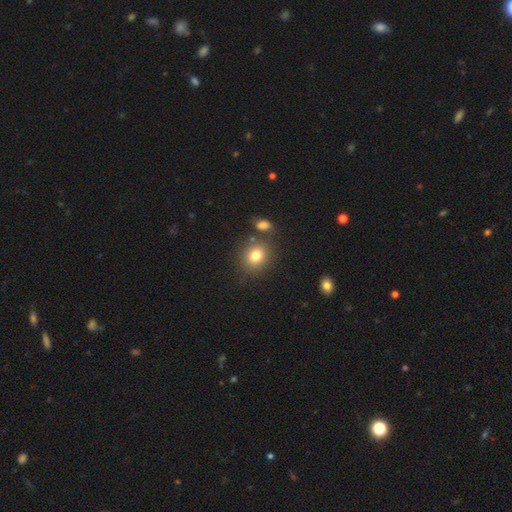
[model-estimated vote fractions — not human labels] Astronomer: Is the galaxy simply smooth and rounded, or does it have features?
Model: smooth — 80%.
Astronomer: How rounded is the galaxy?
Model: round — 71%.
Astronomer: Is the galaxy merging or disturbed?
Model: none — 75%.